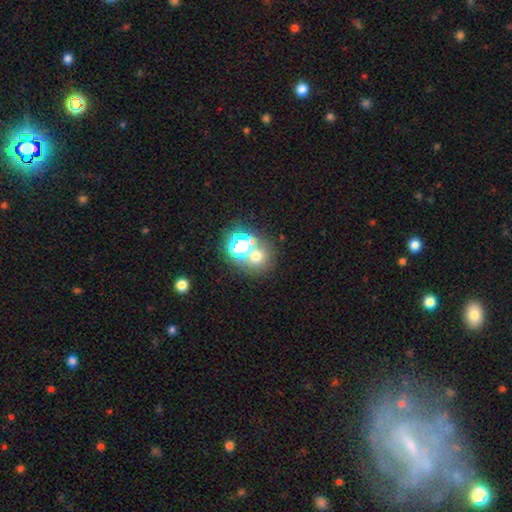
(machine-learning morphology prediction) Overall: smooth (57%; star or artifact 32%). How rounded: round (81%). Merging: none (57%; merger 31%).